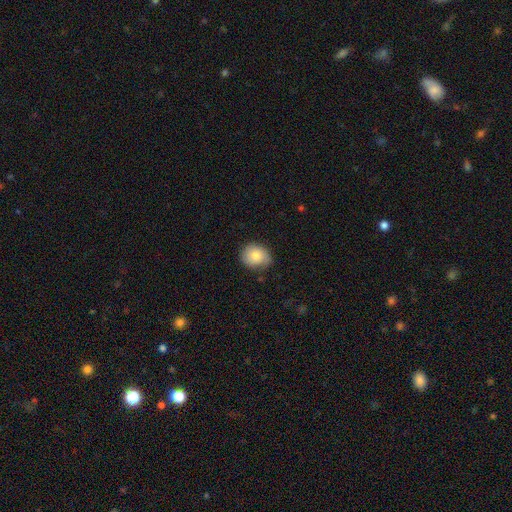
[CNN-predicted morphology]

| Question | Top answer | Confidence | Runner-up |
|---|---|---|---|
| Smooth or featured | smooth | 78% | featured or disk (14%) |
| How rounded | round | 60% | in between (39%) |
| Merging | none | 71% | minor disturbance (23%) |